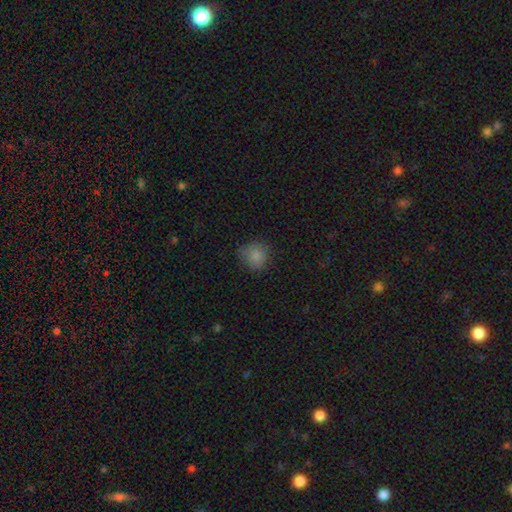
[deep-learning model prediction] Morphology: type=smooth (83%); roundness=round (86%); merging=none (69%).